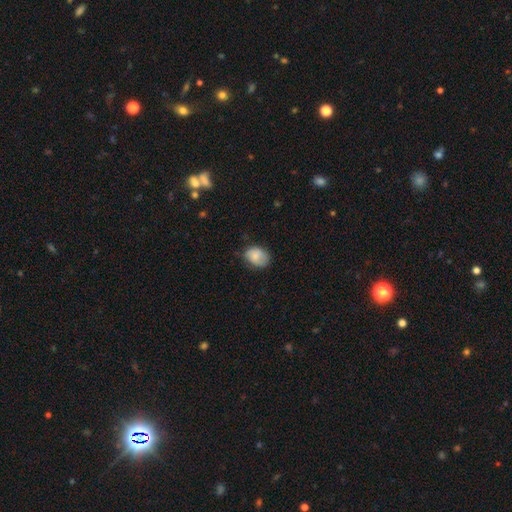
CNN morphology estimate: A smooth galaxy with no disk features (79%) that is in between round and cigar-shaped (67%).

Vote fractions:
- Smooth or featured? smooth: 79% / featured or disk: 13% / star or artifact: 8%
- How rounded? in between: 67% / round: 32% / cigar-shaped: 1%
- Merging? none: 60% / minor disturbance: 31% / major disturbance: 7% / merger: 1%